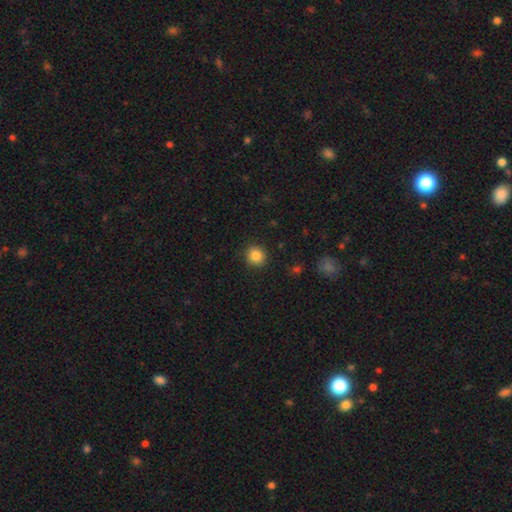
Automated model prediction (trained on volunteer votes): This is clearly a smooth galaxy (84%). How rounded: clearly round (89%). Merging: clearly none (90%).